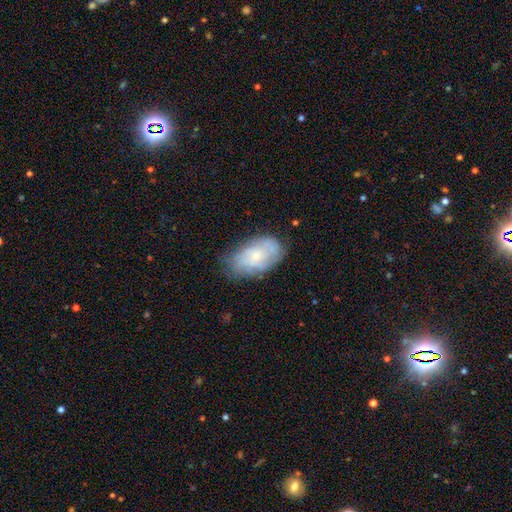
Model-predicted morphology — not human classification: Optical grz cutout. It shows a smooth galaxy with no disk features (48%). Merging: none (68%).